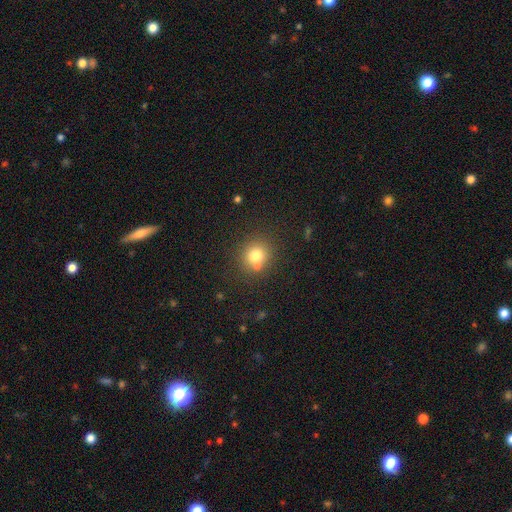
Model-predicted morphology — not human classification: Smooth or featured? Predicted: smooth (p=0.76). How rounded? Predicted: round (p=0.86). Merging? Predicted: none (p=0.70).